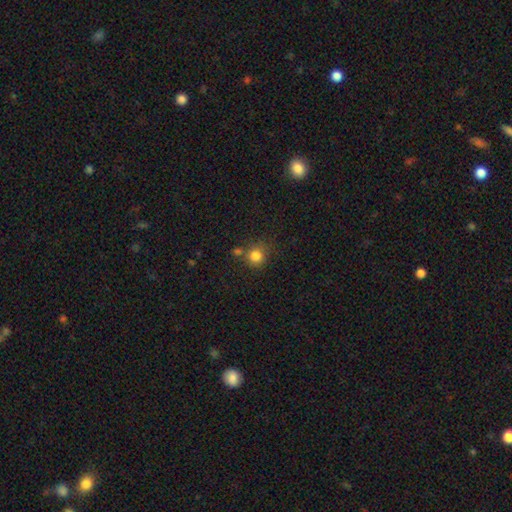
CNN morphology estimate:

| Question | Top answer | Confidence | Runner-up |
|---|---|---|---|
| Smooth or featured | smooth | 82% | star or artifact (12%) |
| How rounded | round | 89% | in between (10%) |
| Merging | none | 67% | merger (15%) |